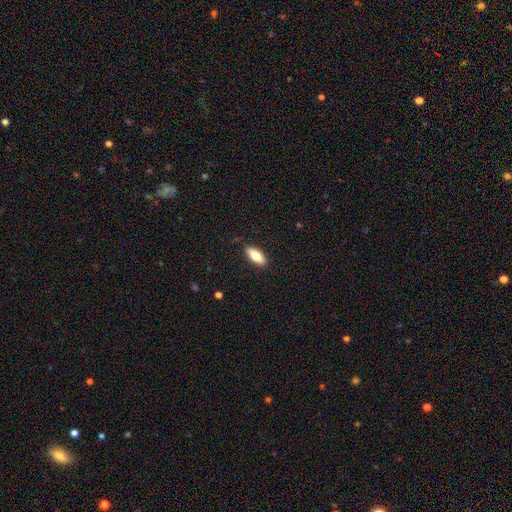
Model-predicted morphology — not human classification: The model was most divided on "how rounded": in between: 78%, cigar-shaped: 19%, round: 2%. More confident: merging — none (88%); smooth or featured — smooth (77%).